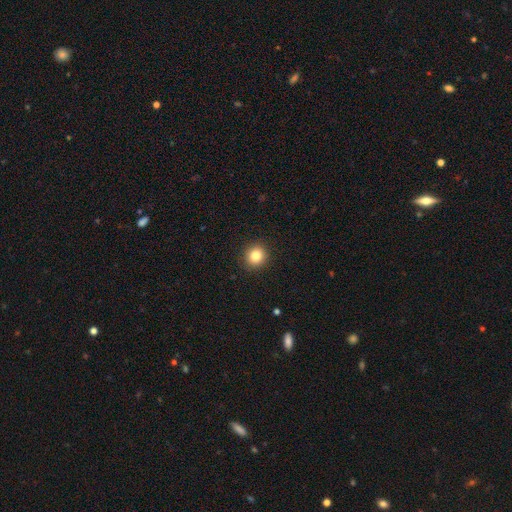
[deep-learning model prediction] smooth-or-featured: smooth: 83% | star or artifact: 11% | featured or disk: 6%
  how-rounded: round: 88% | in between: 11% | cigar-shaped: 1%
  merging: none: 92% | minor disturbance: 5% | major disturbance: 2% | merger: 1%